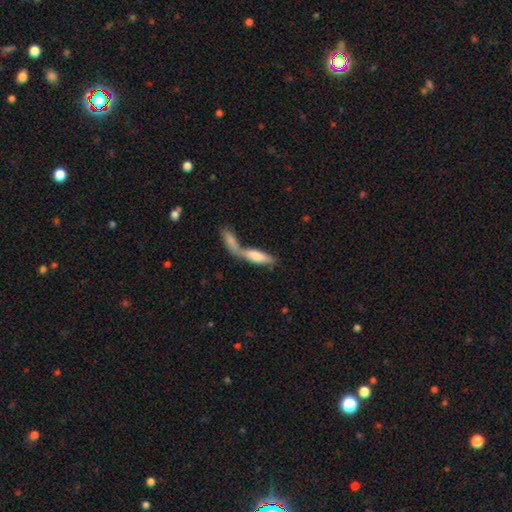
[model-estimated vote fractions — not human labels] smooth 67%, featured or disk 25%, star or artifact 8%. Down the decision tree: how rounded — cigar-shaped (54%); merging — merger (64%).